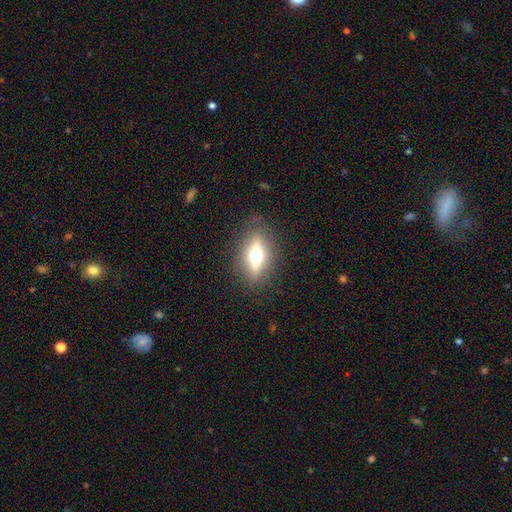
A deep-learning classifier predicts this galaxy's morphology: Smooth or featured?
  - featured or disk: 60% *
  - smooth: 31%
  - star or artifact: 9%
Edge-on disk?
  - yes: 85% *
  - no: 15%
Edge-on bulge?
  - rounded: 95% *
  - boxy: 3%
  - none: 2%
Merging?
  - none: 86% *
  - minor disturbance: 9%
  - major disturbance: 4%
  - merger: 1%